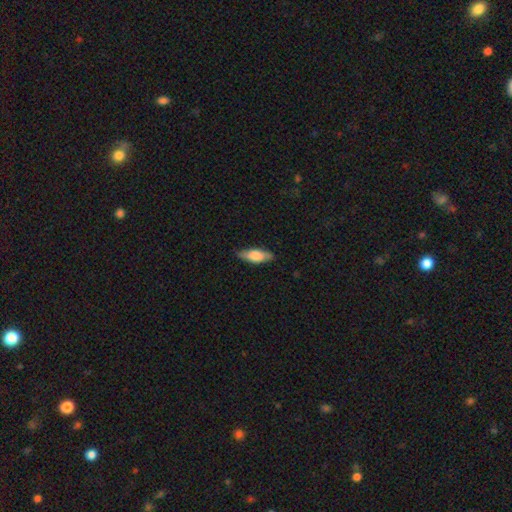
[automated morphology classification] A smooth galaxy with no disk features (66%) that is in between round and cigar-shaped (63%).

Vote fractions:
- Smooth or featured? smooth: 66% / featured or disk: 28% / star or artifact: 6%
- How rounded? in between: 63% / cigar-shaped: 35% / round: 2%
- Merging? none: 84% / minor disturbance: 13% / major disturbance: 2% / merger: 1%